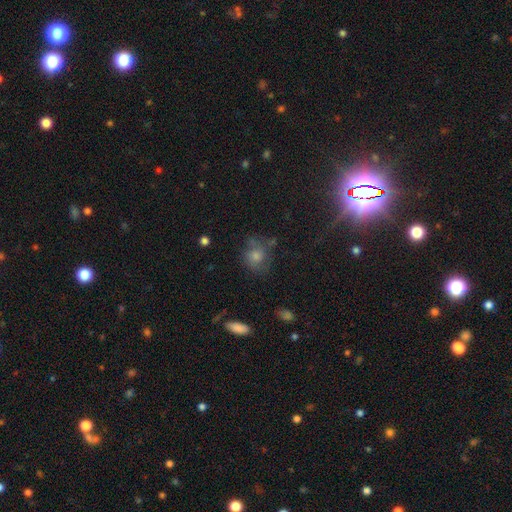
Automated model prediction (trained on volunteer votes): Q: Smooth or featured?
A: smooth (47%); runner-up: star or artifact (29%)
Q: Merging?
A: none (64%); runner-up: minor disturbance (20%)